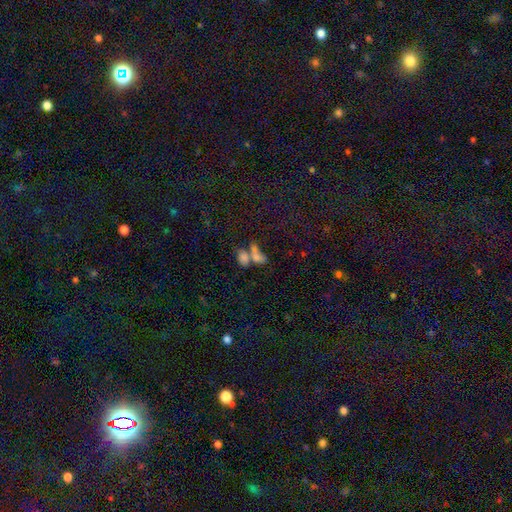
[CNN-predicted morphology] A smooth galaxy with no disk features (61%) that is in between round and cigar-shaped (74%). Merging: merger (58%).